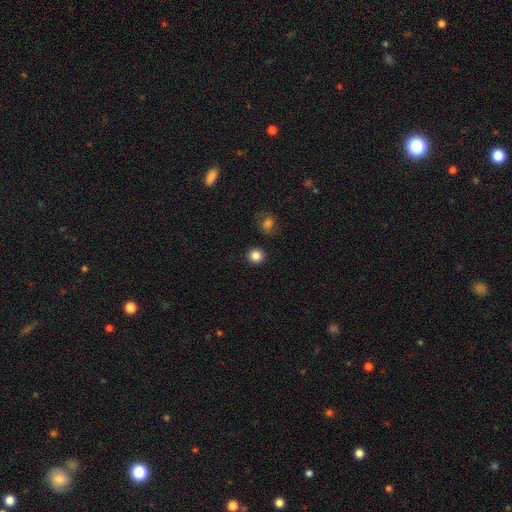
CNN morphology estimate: smooth 84%, star or artifact 10%, featured or disk 5%. Down the decision tree: how rounded — round (92%); merging — none (89%).